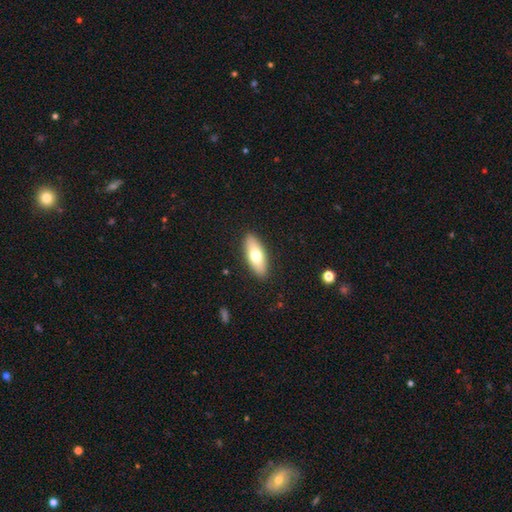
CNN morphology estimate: type=smooth (69%); roundness=in between (73%); merging=none (90%).